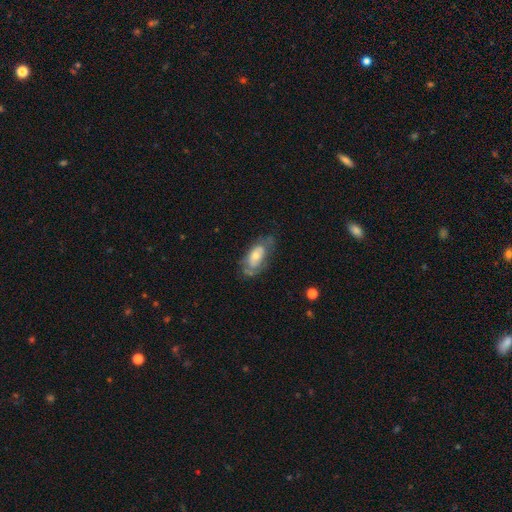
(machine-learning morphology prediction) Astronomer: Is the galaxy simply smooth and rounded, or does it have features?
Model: featured or disk — 55% (runner-up: smooth, 38%).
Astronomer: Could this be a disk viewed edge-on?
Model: no — 88%.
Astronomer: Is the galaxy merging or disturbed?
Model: none — 55%.